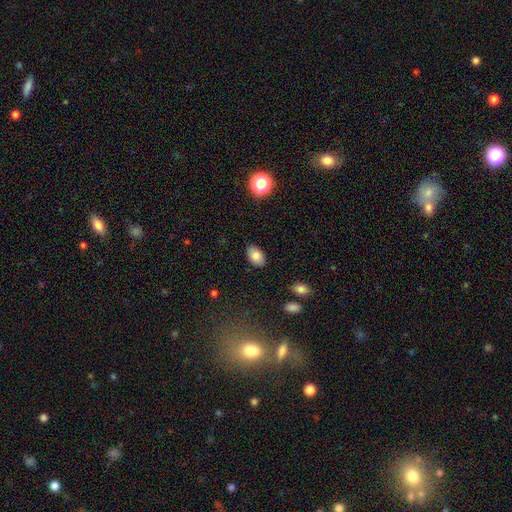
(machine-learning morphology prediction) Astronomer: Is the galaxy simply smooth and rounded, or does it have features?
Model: smooth — 82%.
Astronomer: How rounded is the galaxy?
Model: in between — 88%.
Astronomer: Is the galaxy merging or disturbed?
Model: none — 86%.